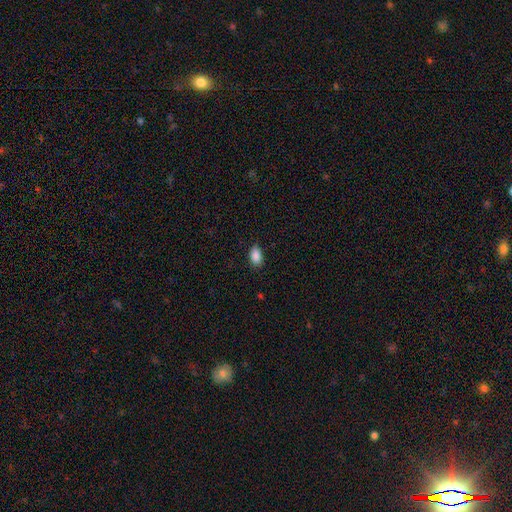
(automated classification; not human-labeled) Overall: smooth (88%). How rounded: in between (89%). Merging: none (84%).